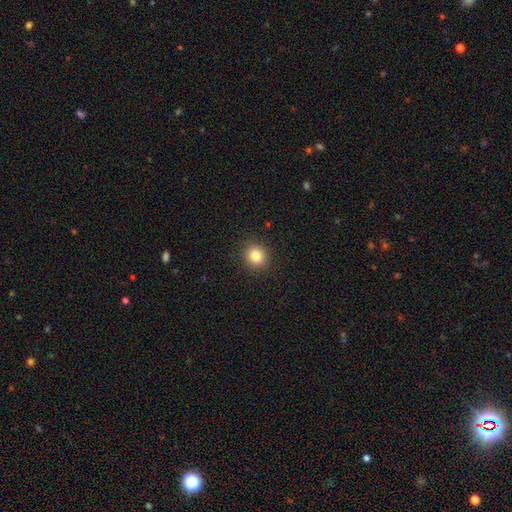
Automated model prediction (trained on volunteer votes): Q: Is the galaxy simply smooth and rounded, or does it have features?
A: smooth — 83%.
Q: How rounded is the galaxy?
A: round — 85%.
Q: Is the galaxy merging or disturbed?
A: none — 91%.